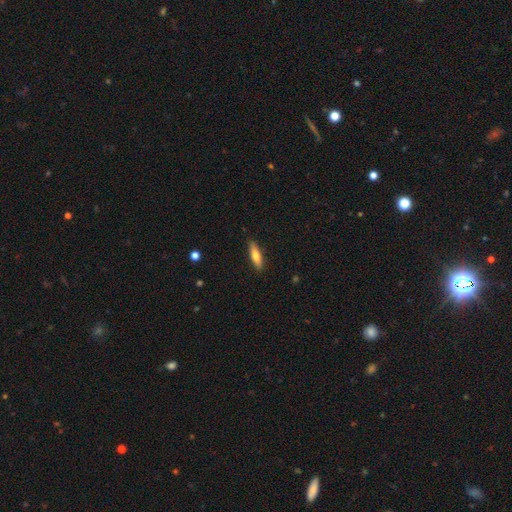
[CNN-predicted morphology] Overall: smooth (66%; featured or disk 28%). How rounded: cigar-shaped (67%; in between 31%). Merging: none (89%).